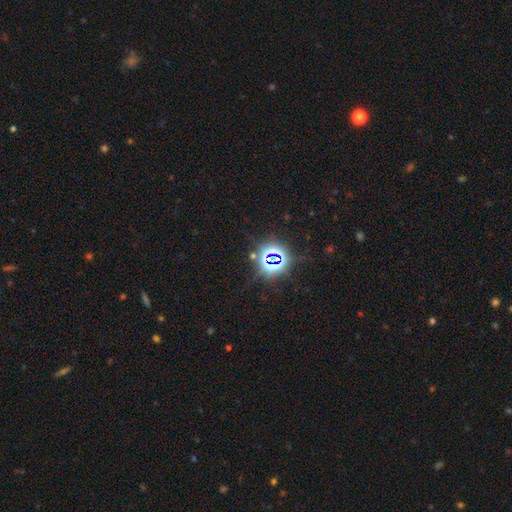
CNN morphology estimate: A star or artifact, not a galaxy (80%).